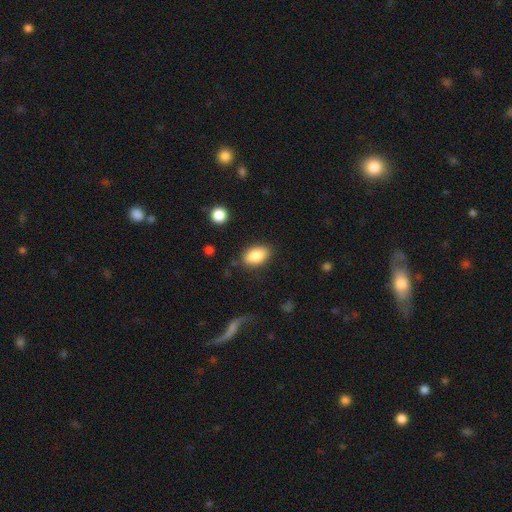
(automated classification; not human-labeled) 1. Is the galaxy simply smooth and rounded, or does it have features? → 86% smooth, 7% star or artifact, 6% featured or disk.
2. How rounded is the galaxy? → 89% in between, 9% round, 2% cigar-shaped.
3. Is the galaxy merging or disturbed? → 82% none, 13% minor disturbance, 4% major disturbance, 2% merger.